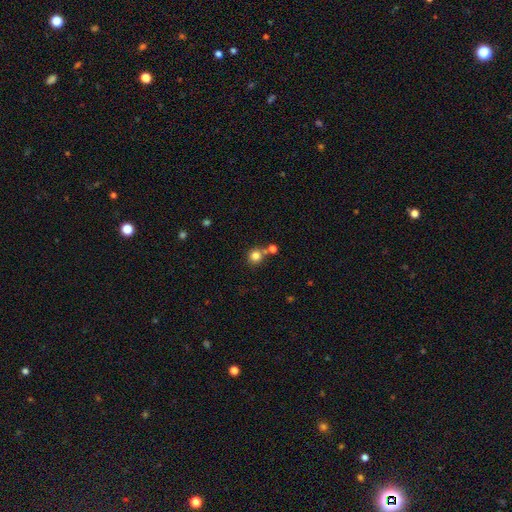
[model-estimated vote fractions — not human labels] This appears to be a smooth galaxy with no disk features (81%) that is round (89%). Merging: none (65%).